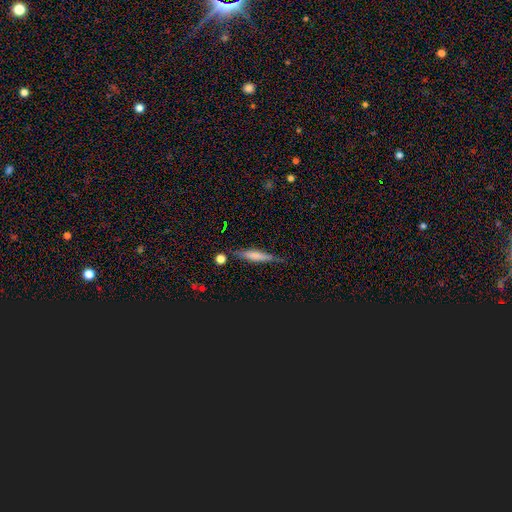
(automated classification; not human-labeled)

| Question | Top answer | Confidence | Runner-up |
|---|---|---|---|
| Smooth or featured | smooth | 55% | featured or disk (37%) |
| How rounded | cigar-shaped | 83% | in between (14%) |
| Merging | none | 76% | minor disturbance (17%) |